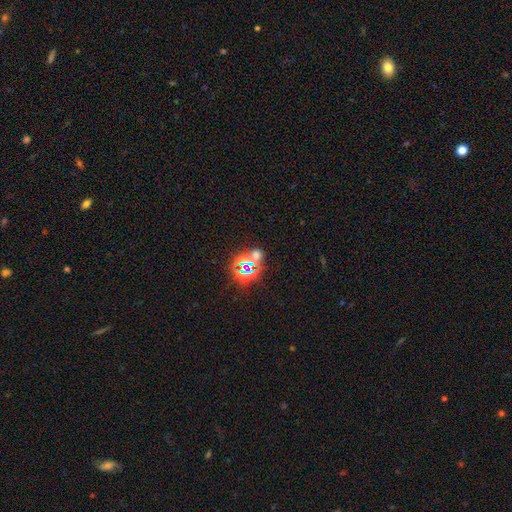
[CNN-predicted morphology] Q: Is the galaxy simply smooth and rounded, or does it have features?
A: star or artifact — 61%.